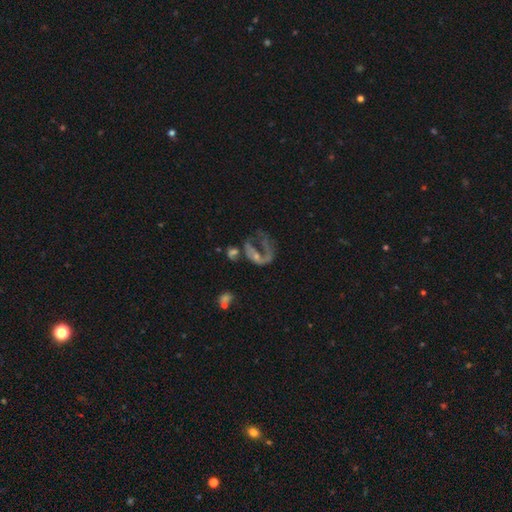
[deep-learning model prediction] Q: Smooth or featured?
A: featured or disk (64%); runner-up: star or artifact (18%)
Q: Edge-on disk?
A: no (96%); runner-up: yes (4%)
Q: Bar?
A: no (69%); runner-up: weak (22%)
Q: Spiral arms?
A: yes (51%); runner-up: no (49%)
Q: Bulge size?
A: small (44%); runner-up: none (33%)
Q: Merging?
A: major disturbance (46%); runner-up: none (26%)